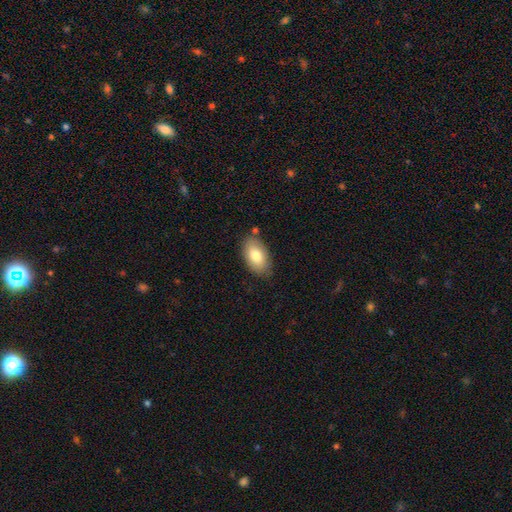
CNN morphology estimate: Smooth or featured?
  - smooth: 78% *
  - featured or disk: 15%
  - star or artifact: 7%
How rounded?
  - in between: 93% *
  - round: 5%
  - cigar-shaped: 2%
Merging?
  - none: 80% *
  - minor disturbance: 14%
  - merger: 3%
  - major disturbance: 3%